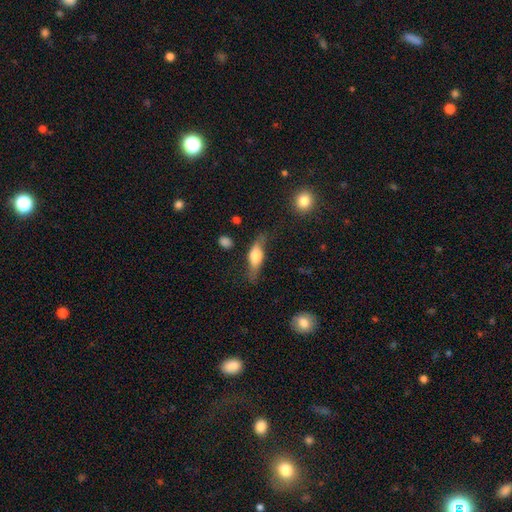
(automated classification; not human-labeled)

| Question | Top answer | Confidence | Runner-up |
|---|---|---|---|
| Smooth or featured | smooth | 51% | featured or disk (42%) |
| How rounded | in between | 57% | cigar-shaped (38%) |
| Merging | none | 62% | minor disturbance (25%) |